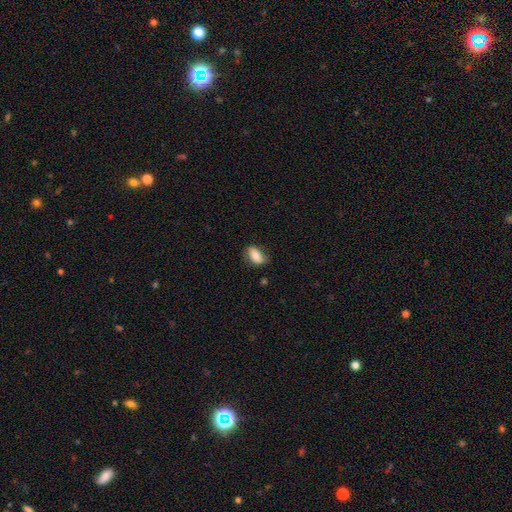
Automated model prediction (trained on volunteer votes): A smooth galaxy with no disk features (77%) that is in between round and cigar-shaped (89%).

Vote fractions:
- Smooth or featured? smooth: 77% / featured or disk: 15% / star or artifact: 7%
- How rounded? in between: 89% / round: 7% / cigar-shaped: 4%
- Merging? none: 67% / minor disturbance: 25% / major disturbance: 7% / merger: 2%